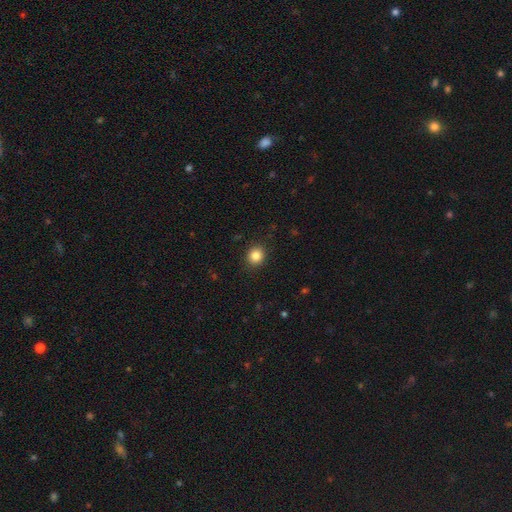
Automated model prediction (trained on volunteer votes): This is clearly a smooth galaxy (84%). How rounded: clearly round (83%). Merging: clearly none (90%).